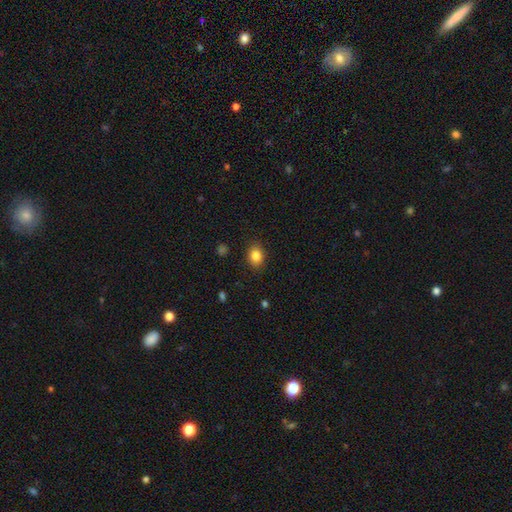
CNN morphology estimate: Smooth or featured: smooth — 85% (star or artifact — 10%)
How rounded: in between — 55% (round — 44%)
Merging: none — 87% (minor disturbance — 10%)